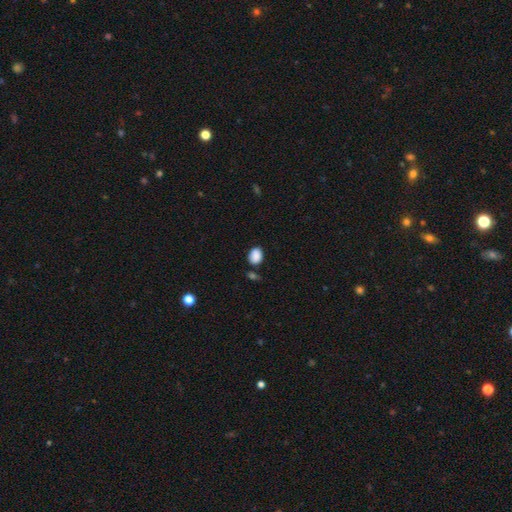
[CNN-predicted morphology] Smooth or featured? Predicted: smooth (p=0.89). How rounded? Predicted: in between (p=0.66). Merging? Predicted: none (p=0.74).